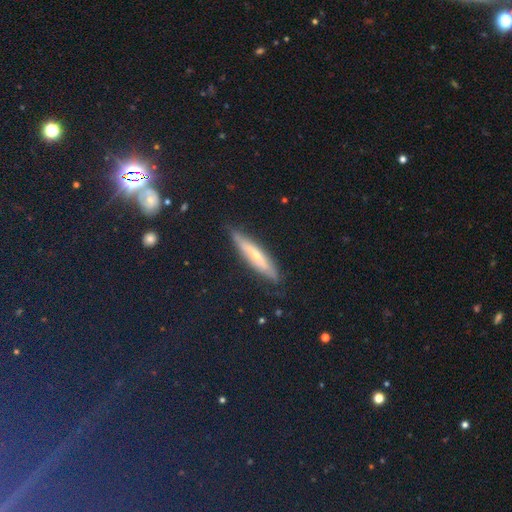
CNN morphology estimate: Smooth or featured? featured or disk (51%)
Edge-on disk? yes (79%)
Merging? none (82%)